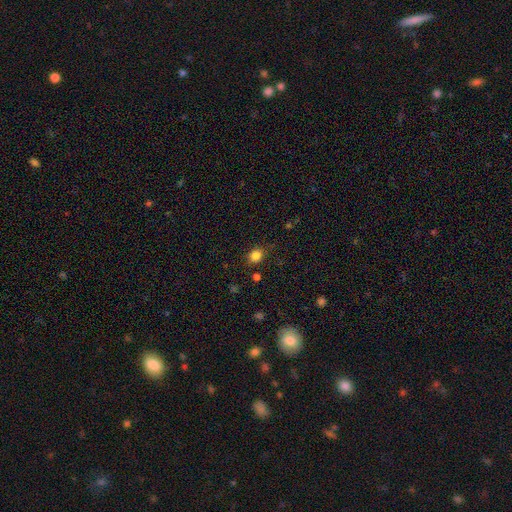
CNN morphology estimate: Overall: smooth (83%). How rounded: round (60%; in between 39%). Merging: none (82%).